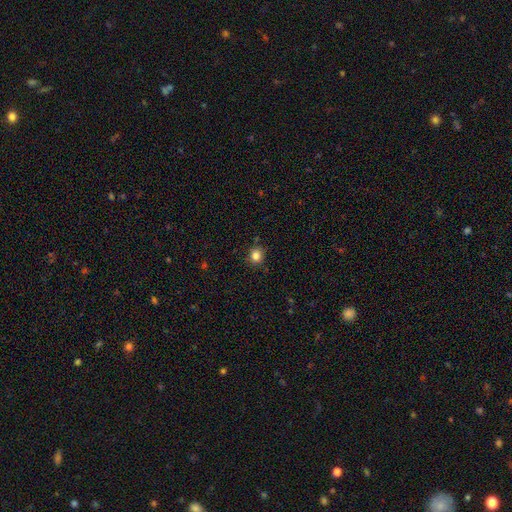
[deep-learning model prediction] Smooth or featured? Predicted: smooth (p=0.83). How rounded? Predicted: round (p=0.86). Merging? Predicted: none (p=0.86).